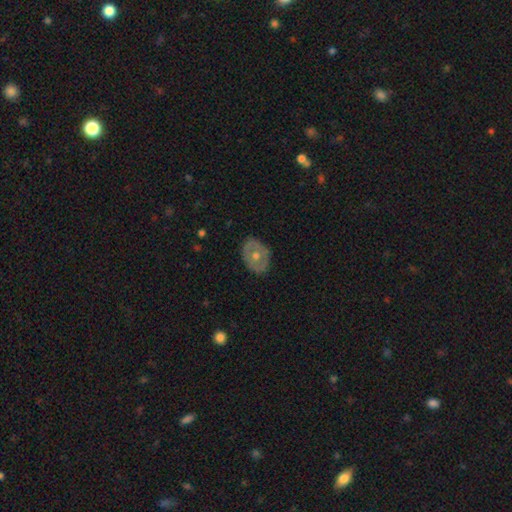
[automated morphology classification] Smooth or featured? Predicted: featured or disk (p=0.51). Edge-on disk? Predicted: no (p=0.92). Merging? Predicted: none (p=0.82).